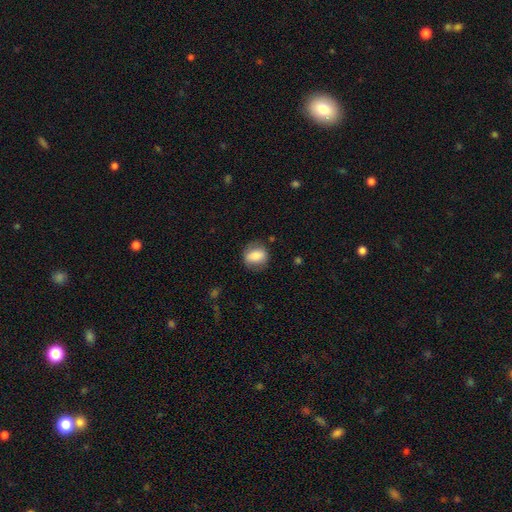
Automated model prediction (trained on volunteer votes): The model was most divided on "how rounded": in between: 55%, round: 43%, cigar-shaped: 2%. More confident: merging — none (76%); smooth or featured — smooth (71%).